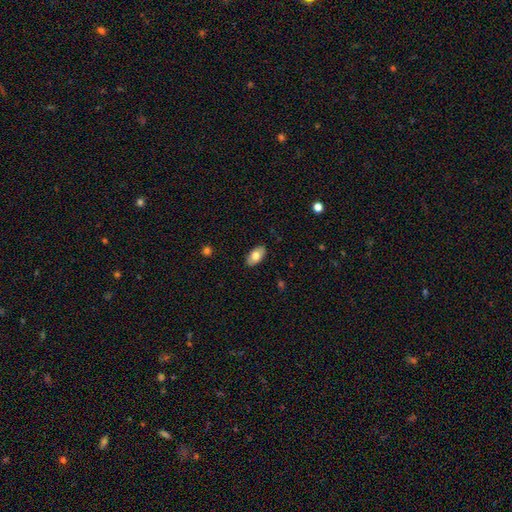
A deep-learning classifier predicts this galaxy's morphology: smooth 76%, featured or disk 17%, star or artifact 6%. Down the decision tree: how rounded — in between (93%); merging — none (87%).